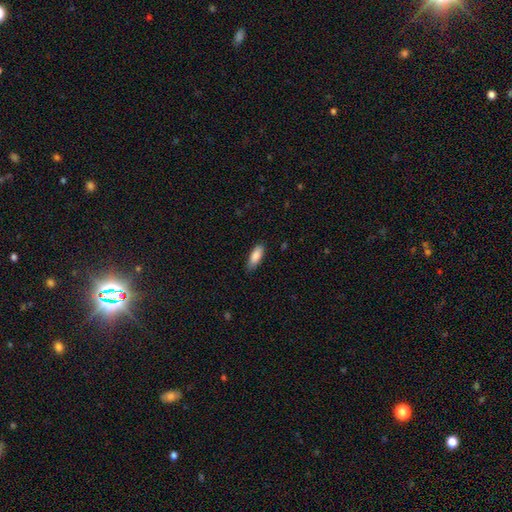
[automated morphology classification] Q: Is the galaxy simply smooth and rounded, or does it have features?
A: smooth — 87%.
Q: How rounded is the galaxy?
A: in between — 70%.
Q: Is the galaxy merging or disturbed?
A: none — 80%.